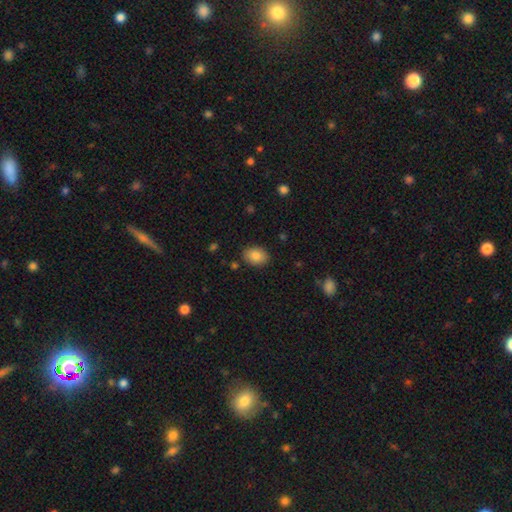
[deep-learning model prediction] A smooth galaxy with no disk features (85%) that is in between round and cigar-shaped (71%).

Vote fractions:
- Smooth or featured? smooth: 85% / star or artifact: 8% / featured or disk: 7%
- How rounded? in between: 71% / round: 28% / cigar-shaped: 1%
- Merging? none: 86% / minor disturbance: 10% / major disturbance: 2% / merger: 2%